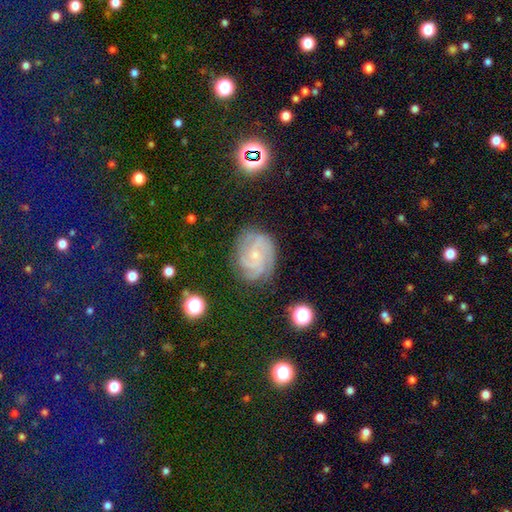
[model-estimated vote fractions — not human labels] A featured or disk galaxy (82%) with no bar (64%), 3 (33%) tight (62%) spiral arms (97%) and a small central bulge (76%).

Vote fractions:
- Smooth or featured? featured or disk: 82% / smooth: 9% / star or artifact: 9%
- Edge-on disk? no: 98% / yes: 2%
- Bar? no: 64% / weak: 30% / strong: 6%
- Spiral arms? yes: 97% / no: 3%
- Spiral winding? tight: 62% / medium: 32% / loose: 6%
- Spiral arm count? 3: 33% / can't tell: 19% / 2: 18% / 4: 17% / more than 4: 6% / 1: 6%
- Bulge size? small: 76% / moderate: 18% / none: 4% / large: 1% / dominant: 1%
- Merging? none: 77% / minor disturbance: 16% / major disturbance: 6% / merger: 2%